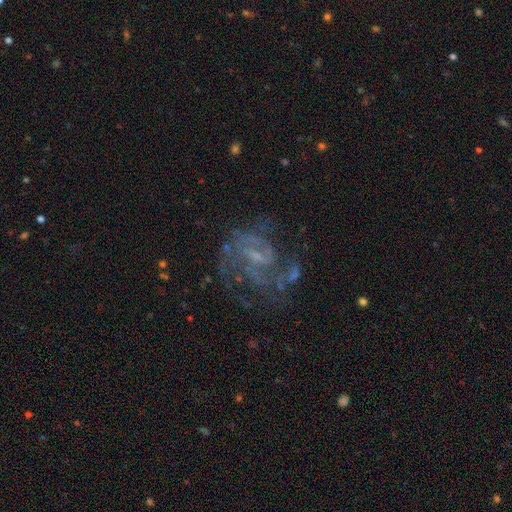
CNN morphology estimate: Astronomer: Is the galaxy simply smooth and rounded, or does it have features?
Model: featured or disk — 77%.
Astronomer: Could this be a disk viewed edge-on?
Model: no — 97%.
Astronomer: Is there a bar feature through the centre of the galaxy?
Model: weak — 51% (runner-up: no, 35%).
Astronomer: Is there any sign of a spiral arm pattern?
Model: yes — 82%.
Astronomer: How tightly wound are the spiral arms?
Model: medium — 47% (runner-up: tight, 32%).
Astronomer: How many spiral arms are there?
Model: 2 — 33% (runner-up: can't tell, 32%).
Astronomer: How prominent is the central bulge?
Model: small — 51%.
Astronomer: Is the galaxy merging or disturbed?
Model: none — 51% (runner-up: major disturbance, 26%).